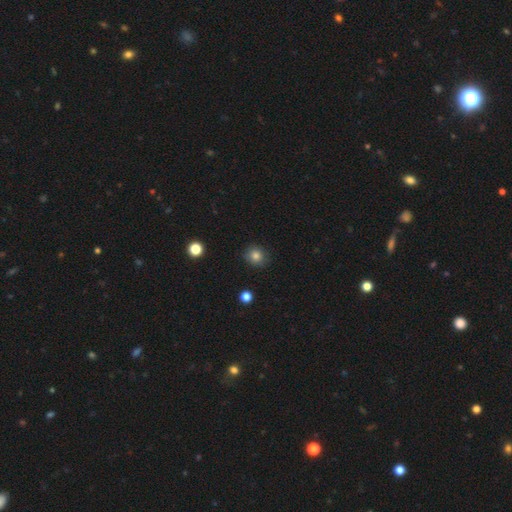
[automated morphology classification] Overall: smooth (83%). How rounded: round (84%). Merging: none (88%).